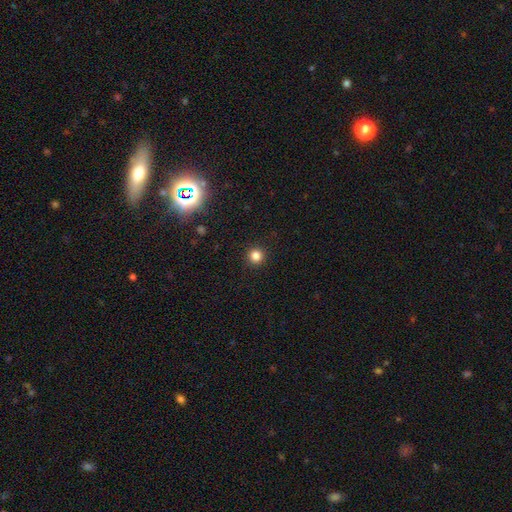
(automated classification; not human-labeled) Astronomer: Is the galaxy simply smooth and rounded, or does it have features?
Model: smooth — 81%.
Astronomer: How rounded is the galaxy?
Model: round — 95%.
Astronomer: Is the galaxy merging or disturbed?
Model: none — 92%.